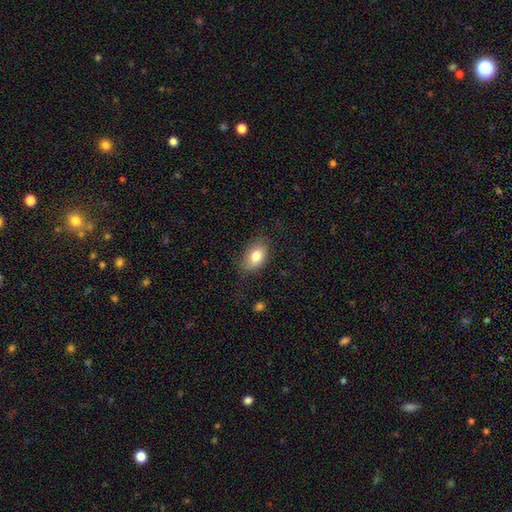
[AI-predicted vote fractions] Smooth or featured?
  - smooth: 80% *
  - featured or disk: 12%
  - star or artifact: 8%
How rounded?
  - in between: 87% *
  - round: 11%
  - cigar-shaped: 2%
Merging?
  - none: 73% *
  - minor disturbance: 20%
  - major disturbance: 6%
  - merger: 1%